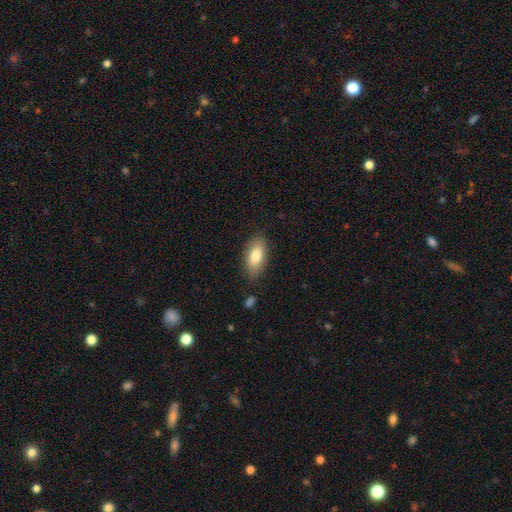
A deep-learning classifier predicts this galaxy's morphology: Overall: smooth (80%). How rounded: in between (88%). Merging: none (82%).